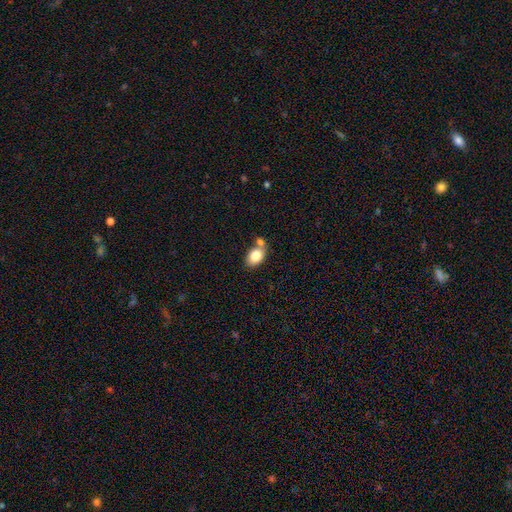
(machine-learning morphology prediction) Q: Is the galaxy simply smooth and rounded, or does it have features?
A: smooth — 81%.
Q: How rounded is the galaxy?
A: in between — 80%.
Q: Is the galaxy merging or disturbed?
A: none — 53%.